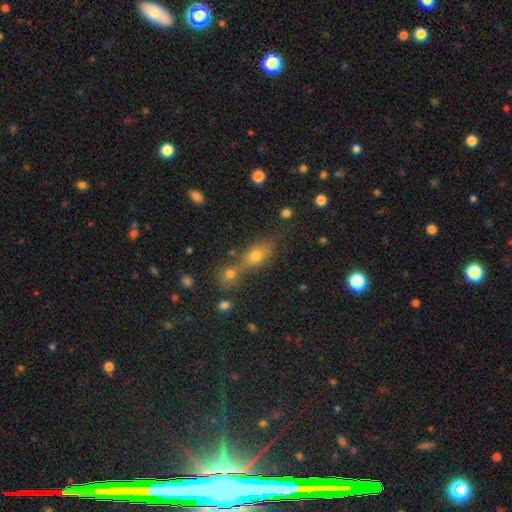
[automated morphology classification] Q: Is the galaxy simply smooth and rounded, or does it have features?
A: smooth — 67%.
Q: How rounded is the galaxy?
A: in between — 63%.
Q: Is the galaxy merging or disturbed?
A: merger — 45%.